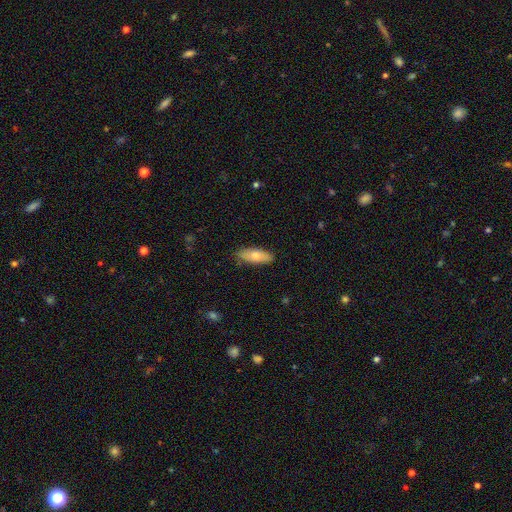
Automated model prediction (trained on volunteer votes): Morphology: type=smooth (72%); roundness=in between (72%); merging=none (85%).